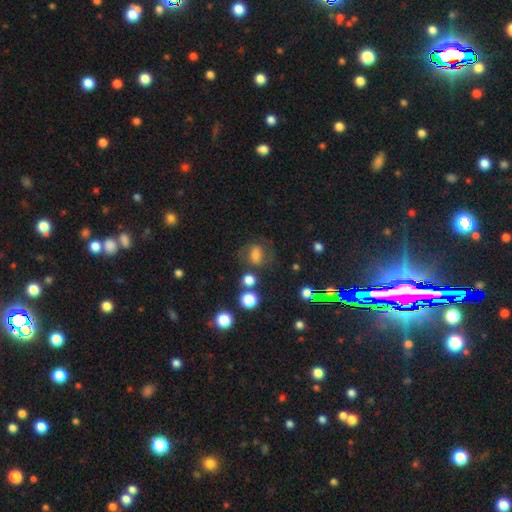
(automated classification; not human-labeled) This appears to be a smooth galaxy with no disk features (56%) that is in between round and cigar-shaped (53%). Merging: none (58%).